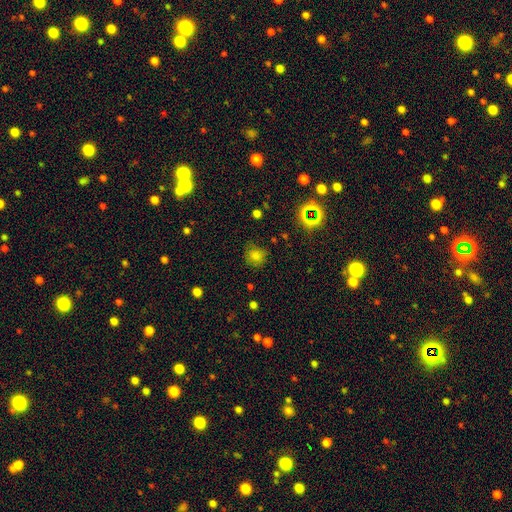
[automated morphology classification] Smooth or featured? Predicted: smooth (p=0.74). How rounded? Predicted: round (p=0.85). Merging? Predicted: none (p=0.77).